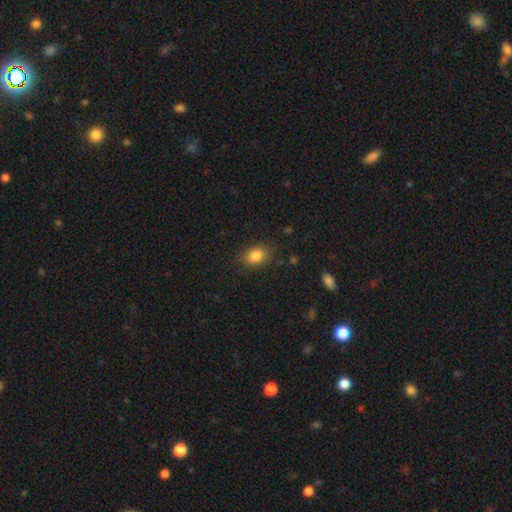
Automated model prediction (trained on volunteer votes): The model was most divided on "how rounded": in between: 68%, round: 30%, cigar-shaped: 1%. More confident: smooth or featured — smooth (85%); merging — none (82%).